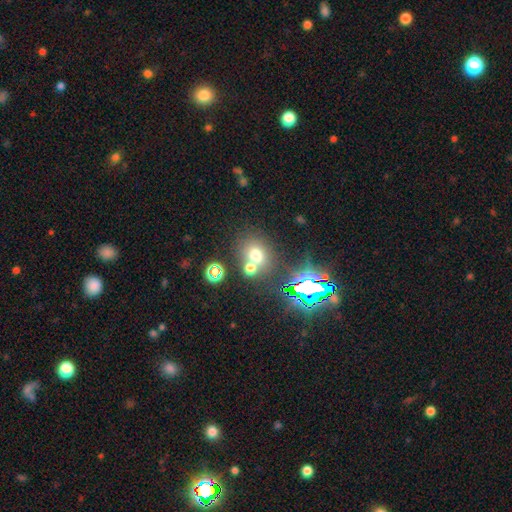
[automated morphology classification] Q: Smooth or featured?
A: smooth (63%); runner-up: star or artifact (26%)
Q: How rounded?
A: round (64%); runner-up: in between (35%)
Q: Merging?
A: none (52%); runner-up: merger (35%)